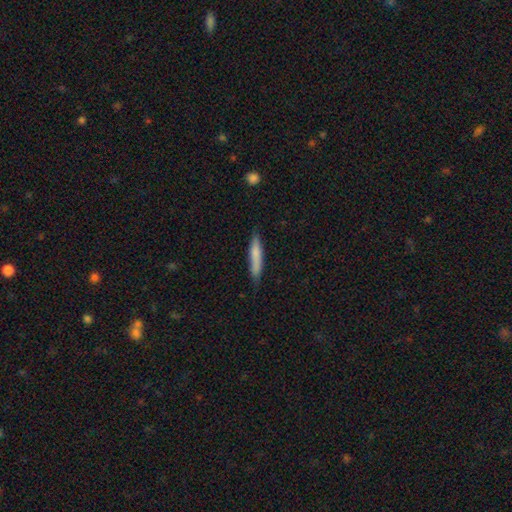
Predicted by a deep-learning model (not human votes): Morphology: type=smooth (77%); roundness=cigar-shaped (90%); merging=none (80%).